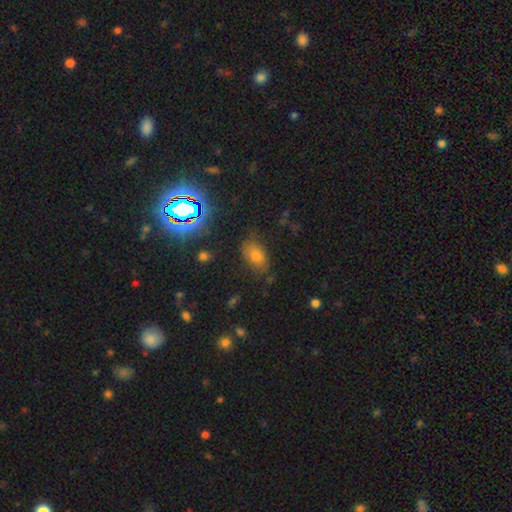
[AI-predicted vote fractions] smooth 63%, star or artifact 25%, featured or disk 13%. Down the decision tree: how rounded — in between (87%); merging — none (73%).